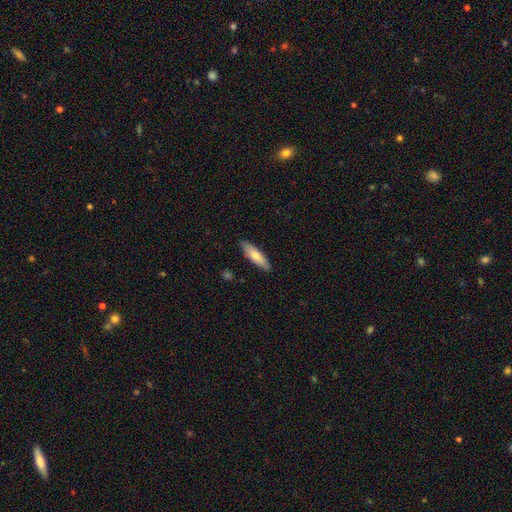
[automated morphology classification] A smooth galaxy with no disk features (73%) that is cigar-shaped (59%).

Vote fractions:
- Smooth or featured? smooth: 73% / featured or disk: 22% / star or artifact: 5%
- How rounded? cigar-shaped: 59% / in between: 39% / round: 2%
- Merging? none: 88% / minor disturbance: 9% / major disturbance: 2% / merger: 1%